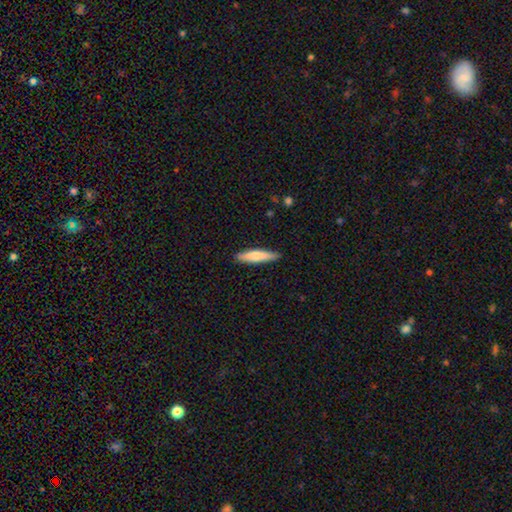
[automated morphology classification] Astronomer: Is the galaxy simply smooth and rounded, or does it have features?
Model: smooth — 75%.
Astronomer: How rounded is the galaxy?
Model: cigar-shaped — 83%.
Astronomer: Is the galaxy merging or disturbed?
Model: none — 85%.